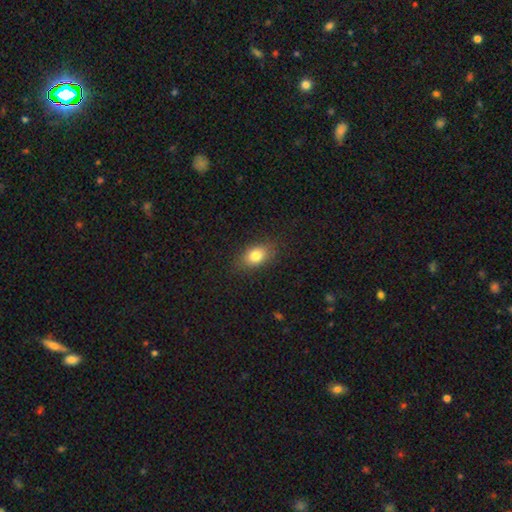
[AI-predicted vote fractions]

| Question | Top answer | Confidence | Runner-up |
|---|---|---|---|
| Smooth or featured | smooth | 81% | star or artifact (9%) |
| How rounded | in between | 79% | round (18%) |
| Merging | none | 84% | minor disturbance (12%) |